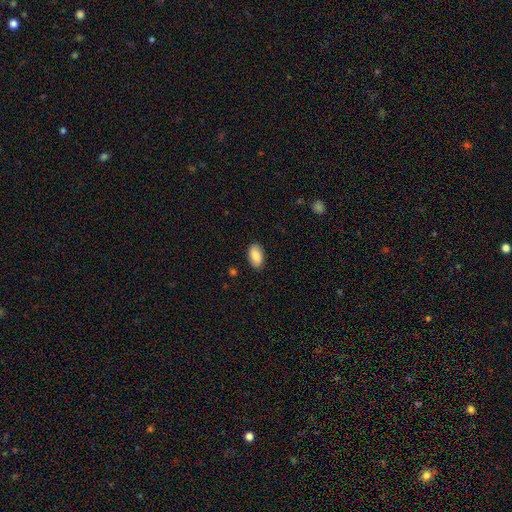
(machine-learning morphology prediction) smooth_or_featured: smooth (p=0.86) [alt: featured or disk p=0.08]
how_rounded: in between (p=0.94) [alt: round p=0.04]
merging: none (p=0.87) [alt: minor disturbance p=0.09]